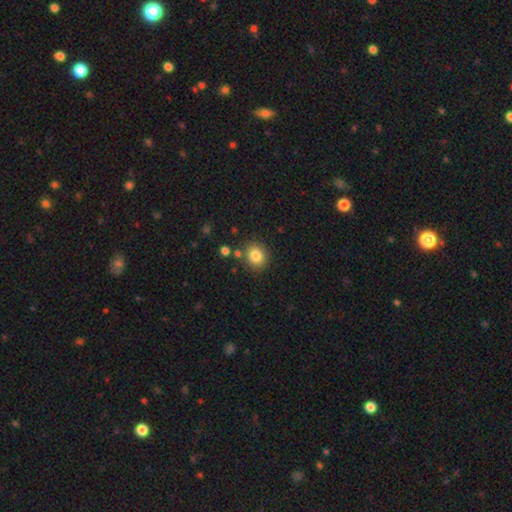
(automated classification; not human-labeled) Smooth or featured? Predicted: smooth (p=0.83). How rounded? Predicted: round (p=0.78). Merging? Predicted: none (p=0.82).